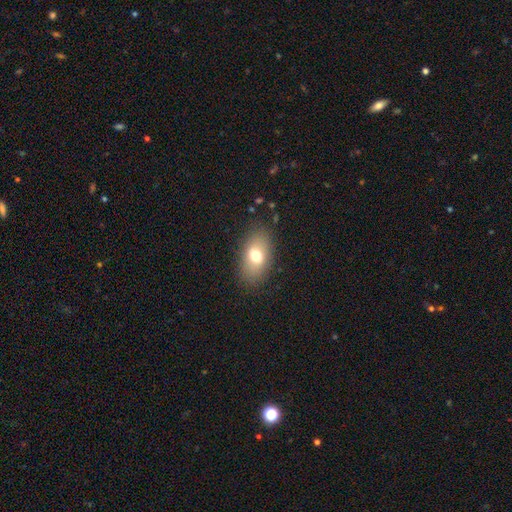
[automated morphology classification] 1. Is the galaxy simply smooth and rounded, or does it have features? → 72% smooth, 18% featured or disk, 10% star or artifact.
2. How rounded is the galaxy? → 87% in between, 10% round, 3% cigar-shaped.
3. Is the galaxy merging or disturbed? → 83% none, 11% minor disturbance, 4% major disturbance, 1% merger.